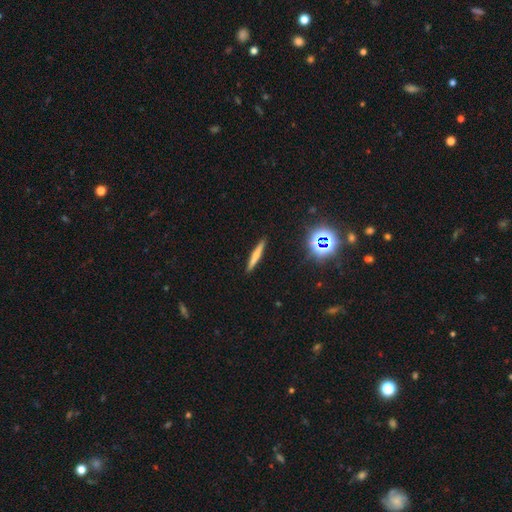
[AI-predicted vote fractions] smooth-or-featured: smooth: 57% | featured or disk: 31% | star or artifact: 12%
  how-rounded: cigar-shaped: 93% | in between: 5% | round: 2%
  merging: none: 91% | minor disturbance: 6% | major disturbance: 2% | merger: 1%